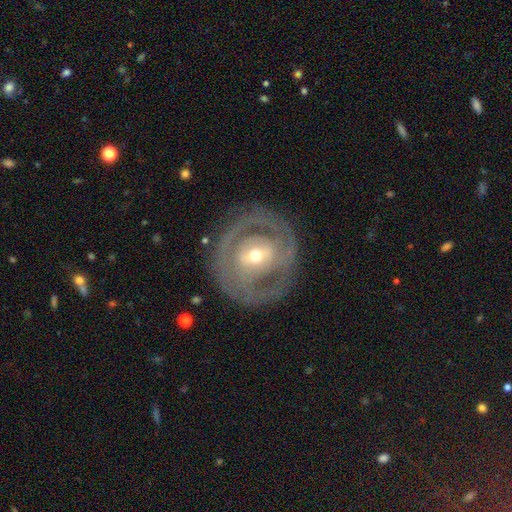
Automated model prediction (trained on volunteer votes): A featured or disk galaxy (75%) with no bar (41%), no spiral arms (52%) and a moderate central bulge (56%). Merging: none (77%).